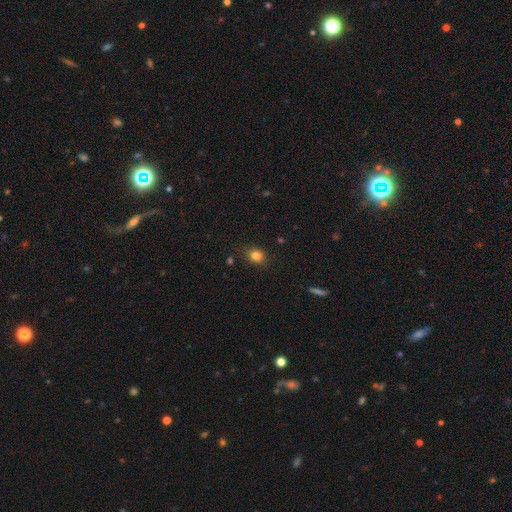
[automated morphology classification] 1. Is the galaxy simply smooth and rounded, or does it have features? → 81% smooth, 12% star or artifact, 6% featured or disk.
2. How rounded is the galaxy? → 62% round, 37% in between, 1% cigar-shaped.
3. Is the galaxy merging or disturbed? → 79% none, 16% minor disturbance, 4% major disturbance, 2% merger.